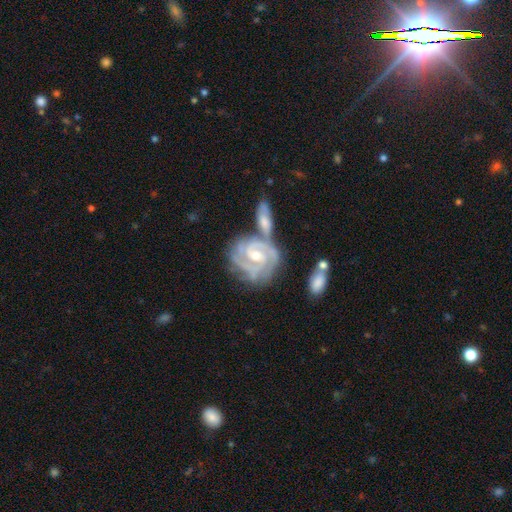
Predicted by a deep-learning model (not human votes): Smooth or featured: featured or disk — 91% (smooth — 5%)
Edge-on disk: no — 97% (yes — 3%)
Bar: weak — 44% (no — 39%)
Spiral arms: yes — 98% (no — 2%)
Spiral winding: tight — 70% (medium — 27%)
Spiral arm count: 3 — 43% (2 — 23%)
Bulge size: moderate — 55% (small — 42%)
Merging: none — 46% (merger — 30%)